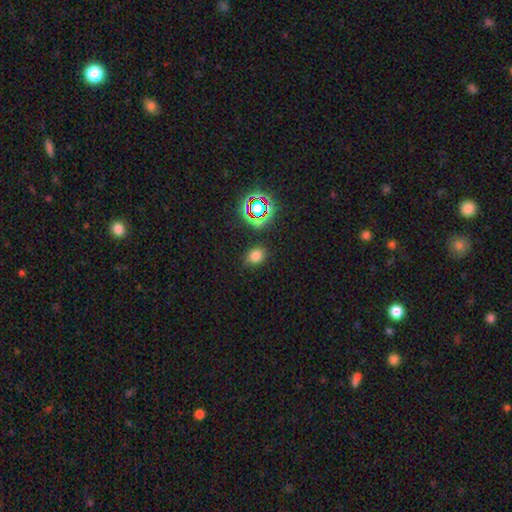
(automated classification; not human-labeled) Smooth or featured: smooth — 73% (star or artifact — 20%)
How rounded: round — 60% (in between — 39%)
Merging: none — 78% (minor disturbance — 16%)